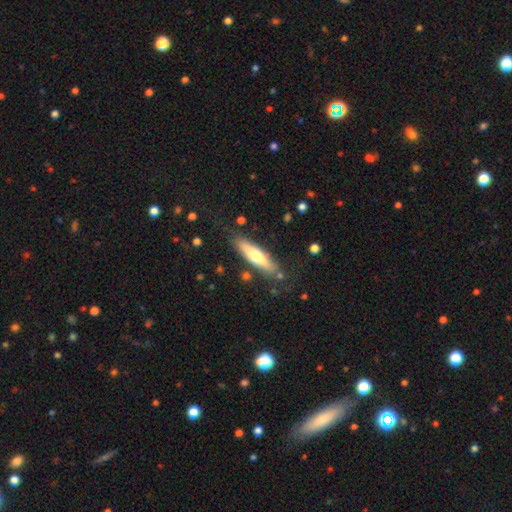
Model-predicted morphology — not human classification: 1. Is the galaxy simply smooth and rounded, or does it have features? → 57% smooth, 37% featured or disk, 6% star or artifact.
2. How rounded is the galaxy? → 69% cigar-shaped, 29% in between, 2% round.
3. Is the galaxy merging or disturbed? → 81% none, 13% minor disturbance, 3% major disturbance, 3% merger.